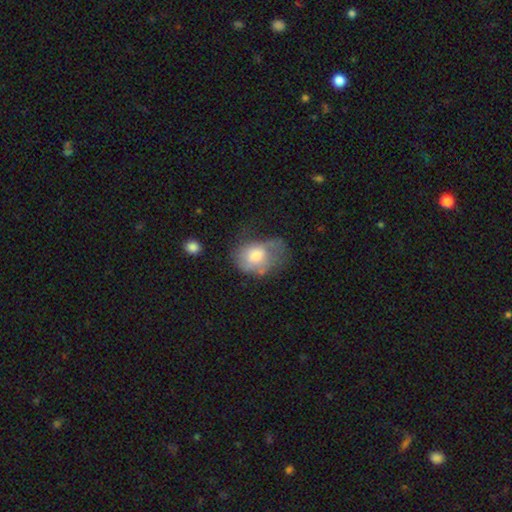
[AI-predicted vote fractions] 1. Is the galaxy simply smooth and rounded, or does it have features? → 66% smooth, 26% featured or disk, 8% star or artifact.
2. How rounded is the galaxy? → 64% in between, 35% round, 1% cigar-shaped.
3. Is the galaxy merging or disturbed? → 38% major disturbance, 33% minor disturbance, 25% none, 5% merger.